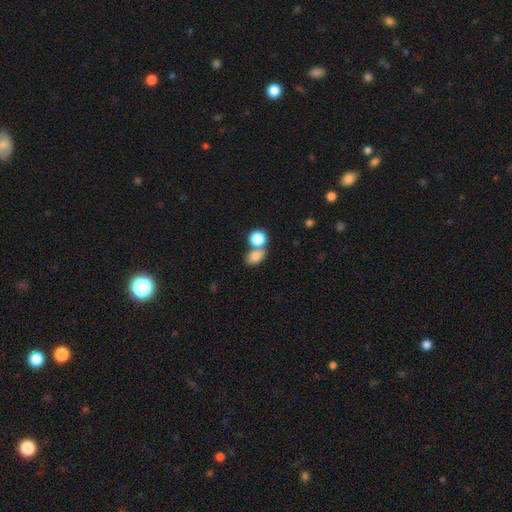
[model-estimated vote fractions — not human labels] This appears to be a smooth galaxy with no disk features (81%) that is in between round and cigar-shaped (64%). Merging: none (45%).